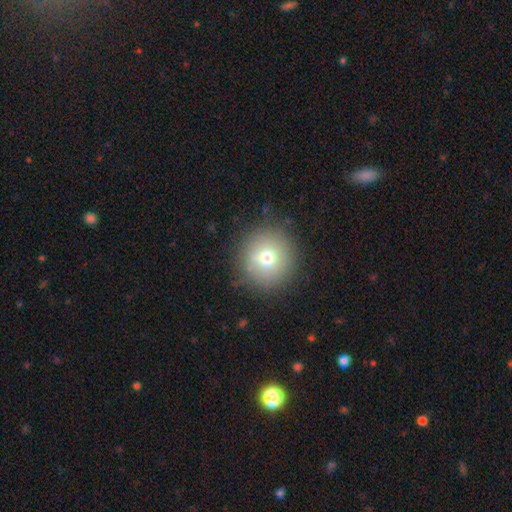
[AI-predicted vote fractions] The model was most divided on "smooth or featured": smooth: 60%, star or artifact: 23%, featured or disk: 16%. More confident: how rounded — round (93%); merging — none (89%).